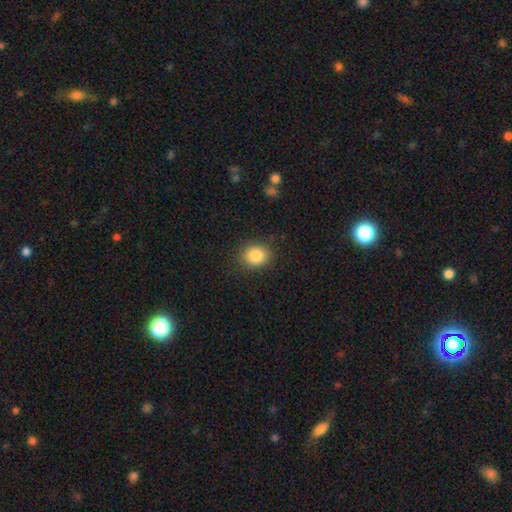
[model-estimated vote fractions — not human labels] Morphology: type=smooth (86%); roundness=round (61%); merging=none (86%).